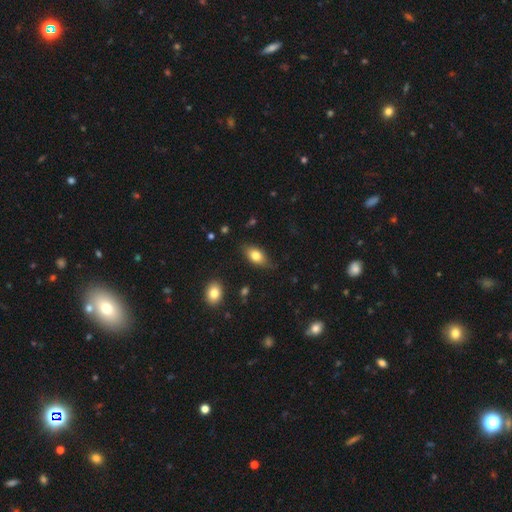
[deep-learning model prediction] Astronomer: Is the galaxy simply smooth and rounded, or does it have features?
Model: smooth — 77%.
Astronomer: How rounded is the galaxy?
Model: in between — 88%.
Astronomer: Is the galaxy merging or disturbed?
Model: none — 74%.